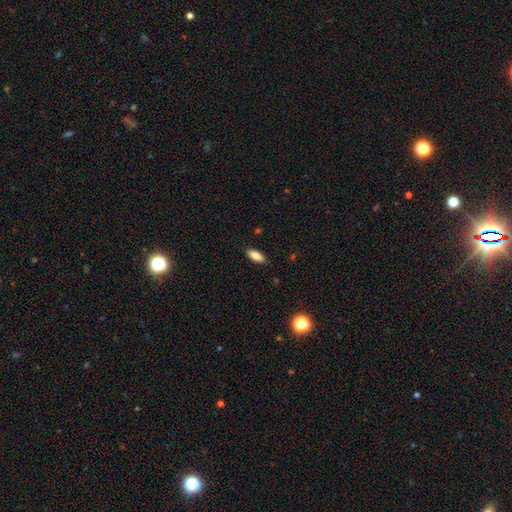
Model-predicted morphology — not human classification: type=smooth (82%); roundness=in between (76%); merging=none (87%).